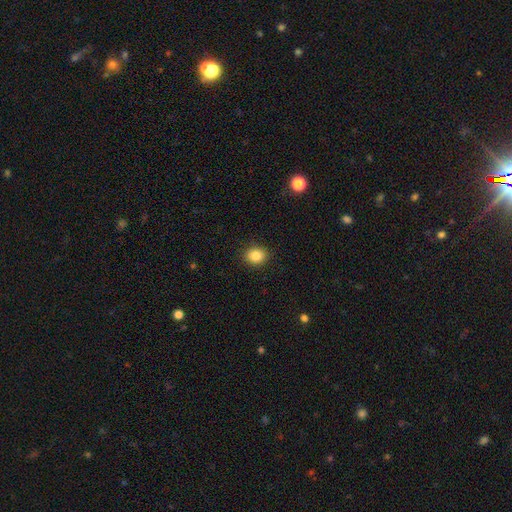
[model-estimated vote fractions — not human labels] Overall: smooth (84%). How rounded: round (64%; in between 35%). Merging: none (90%).